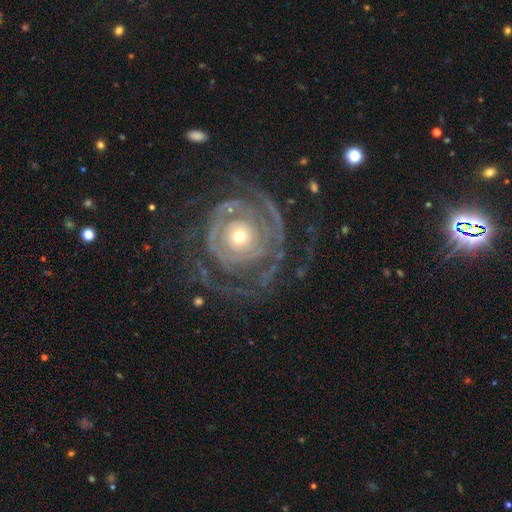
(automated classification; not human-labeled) Smooth or featured? featured or disk (86%)
Edge-on disk? no (97%)
Bar? no (79%)
Spiral arms? yes (87%)
Spiral winding? tight (73%)
Spiral arm count? can't tell (34%)
Bulge size? small (53%)
Merging? none (62%)